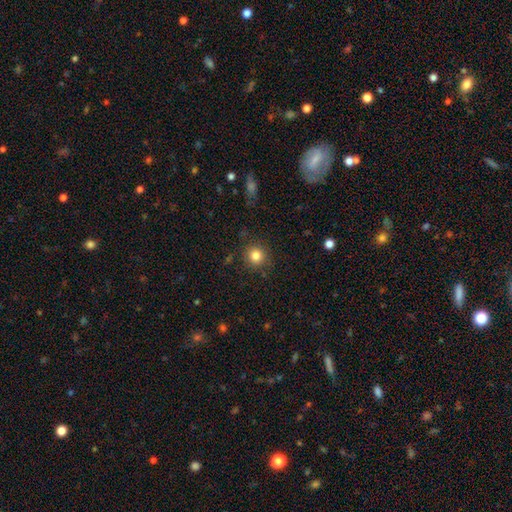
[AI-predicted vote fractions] A smooth galaxy with no disk features (83%) that is round (93%). Merging: none (88%).